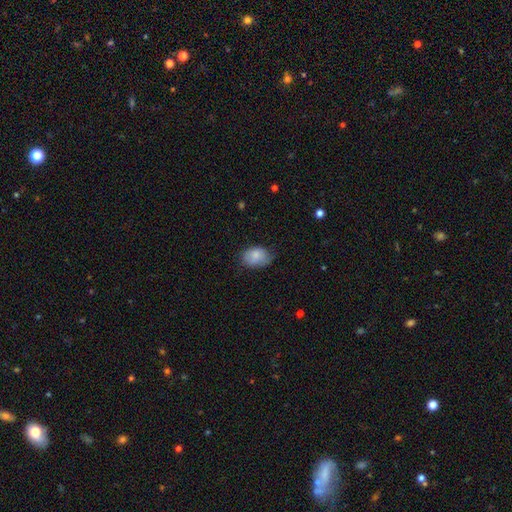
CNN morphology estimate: A smooth galaxy with no disk features (83%) that is in between round and cigar-shaped (82%). Merging: none (59%).